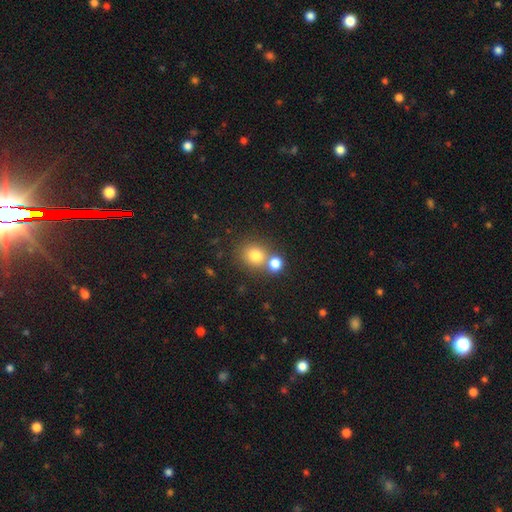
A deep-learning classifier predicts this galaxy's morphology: A smooth galaxy with no disk features (78%) that is round (82%). Merging: none (55%).